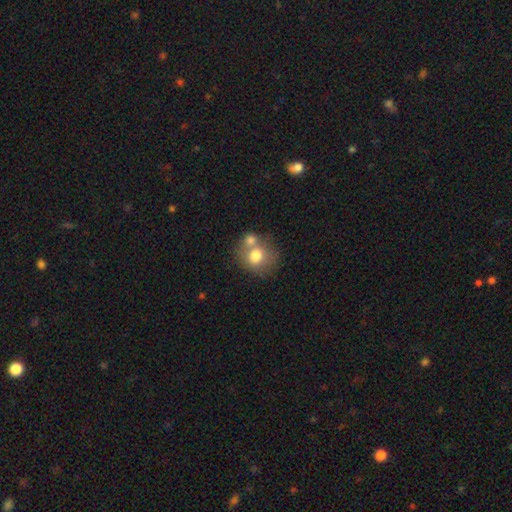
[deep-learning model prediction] Smooth or featured: smooth — 73% (featured or disk — 18%)
How rounded: round — 73% (in between — 26%)
Merging: none — 44% (merger — 41%)